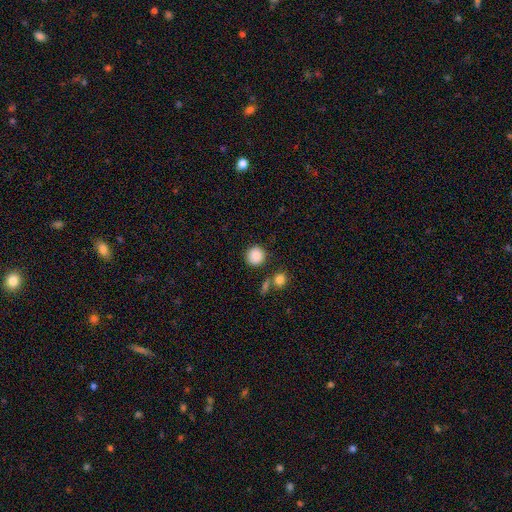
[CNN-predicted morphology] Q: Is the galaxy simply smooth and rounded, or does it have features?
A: smooth — 88%.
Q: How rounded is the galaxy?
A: round — 92%.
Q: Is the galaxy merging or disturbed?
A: none — 82%.